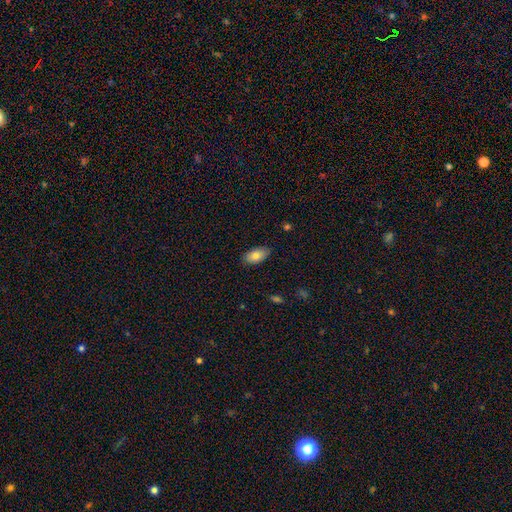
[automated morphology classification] Smooth or featured? Predicted: smooth (p=0.79). How rounded? Predicted: in between (p=0.93). Merging? Predicted: none (p=0.84).